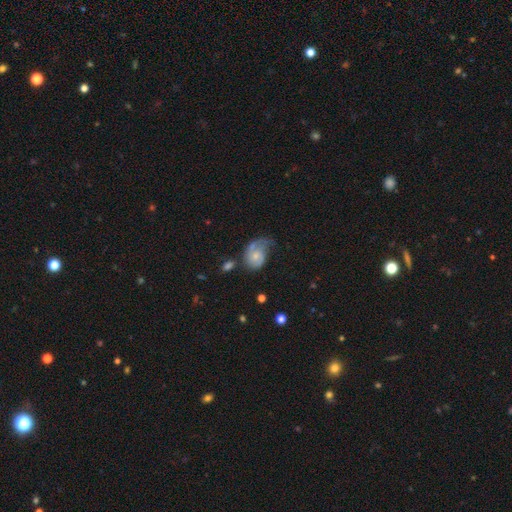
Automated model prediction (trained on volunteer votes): This is possibly a featured or disk galaxy (58%). It is clearly not viewed edge-on (97%). Bar: likely no (76%). Spiral arm pattern: clearly yes (82%). Central bulge: likely small (61%). Merging: marginally major disturbance (39%).